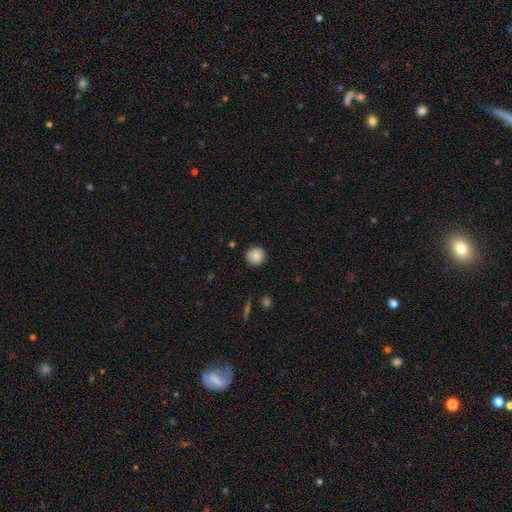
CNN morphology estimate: Smooth or featured?
  - smooth: 82% *
  - featured or disk: 10%
  - star or artifact: 8%
How rounded?
  - round: 91% *
  - in between: 8%
  - cigar-shaped: 1%
Merging?
  - none: 84% *
  - minor disturbance: 12%
  - major disturbance: 2%
  - merger: 1%